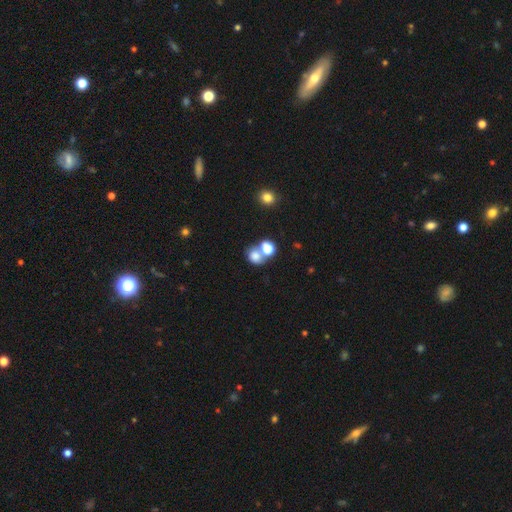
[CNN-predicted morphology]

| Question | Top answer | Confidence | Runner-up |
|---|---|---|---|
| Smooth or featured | smooth | 75% | star or artifact (14%) |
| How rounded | round | 64% | in between (36%) |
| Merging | merger | 49% | none (37%) |